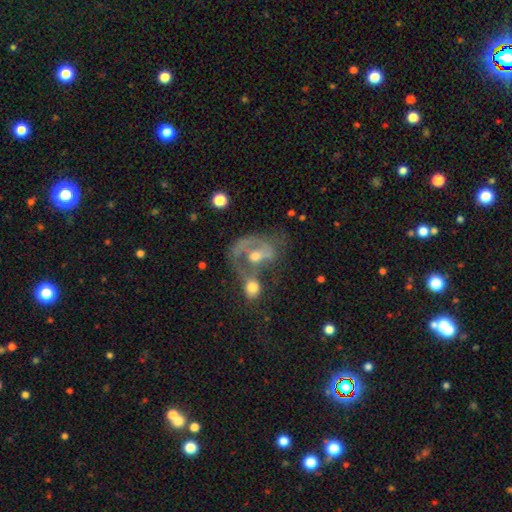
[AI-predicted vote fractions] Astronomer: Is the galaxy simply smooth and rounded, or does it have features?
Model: featured or disk — 67%.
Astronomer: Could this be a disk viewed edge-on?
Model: no — 95%.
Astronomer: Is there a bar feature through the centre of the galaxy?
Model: no — 51% (runner-up: weak, 35%).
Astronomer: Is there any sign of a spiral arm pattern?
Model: yes — 70%.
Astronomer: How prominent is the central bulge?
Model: moderate — 58%.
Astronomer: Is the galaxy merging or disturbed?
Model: merger — 50%.